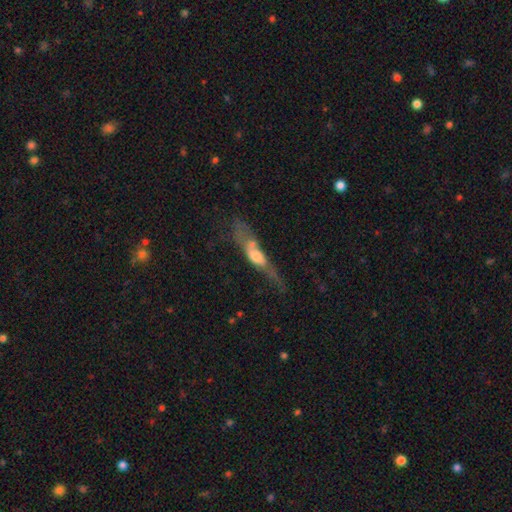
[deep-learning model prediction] Overall: featured or disk (56%; smooth 36%). Edge-on disk: yes (60%; no 40%). Merging: none (34%; major disturbance 28%).